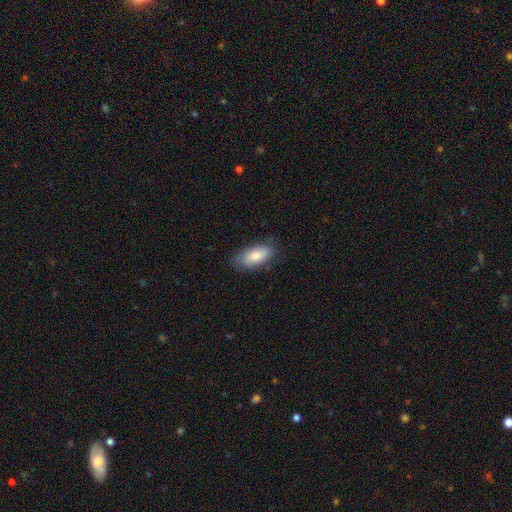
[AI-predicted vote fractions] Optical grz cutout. It shows a smooth galaxy with no disk features (81%) that is in between round and cigar-shaped (89%). Merging: none (79%).